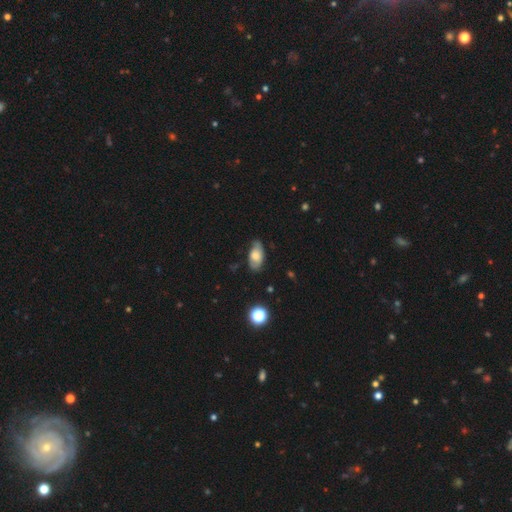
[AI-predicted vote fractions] The model was most divided on "smooth or featured": smooth: 55%, featured or disk: 36%, star or artifact: 8%. More confident: how rounded — in between (91%); merging — none (64%).